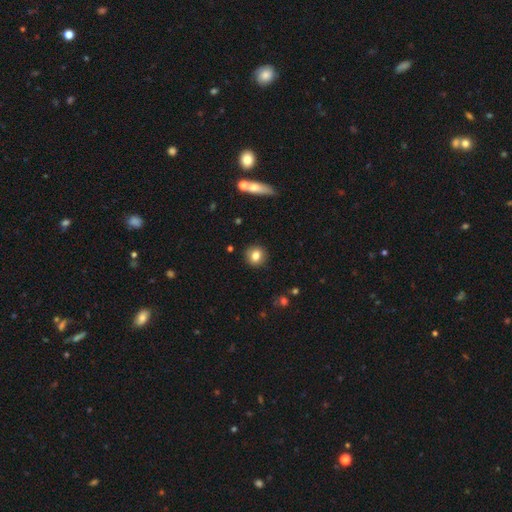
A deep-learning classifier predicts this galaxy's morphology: smooth_or_featured: smooth (p=0.81) [alt: featured or disk p=0.10]
how_rounded: round (p=0.88) [alt: in between p=0.11]
merging: none (p=0.89) [alt: minor disturbance p=0.07]